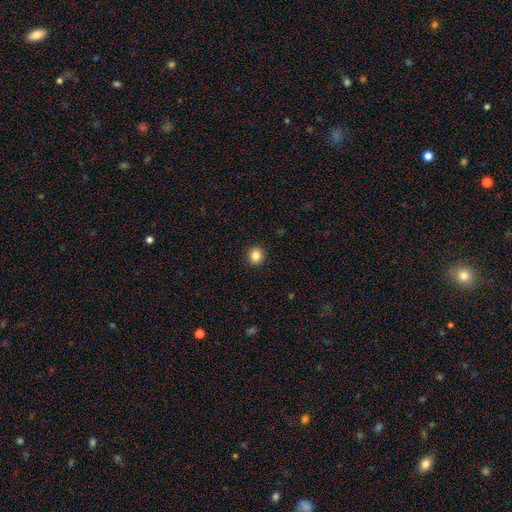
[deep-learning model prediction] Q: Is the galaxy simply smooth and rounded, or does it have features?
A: smooth — 85%.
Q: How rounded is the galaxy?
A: round — 82%.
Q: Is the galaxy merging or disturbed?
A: none — 92%.